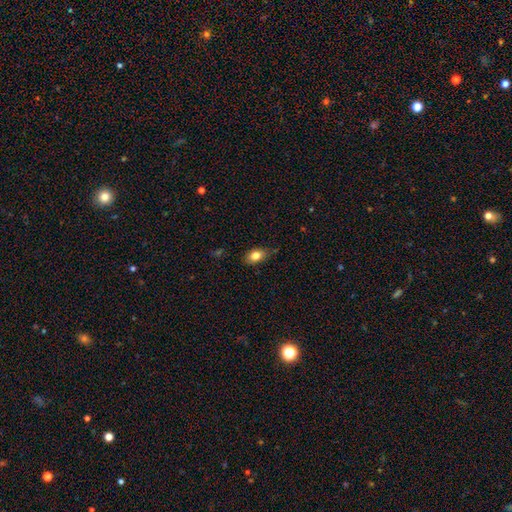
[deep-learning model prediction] Smooth or featured: smooth — 81% (featured or disk — 10%)
How rounded: in between — 84% (round — 14%)
Merging: none — 78% (minor disturbance — 18%)